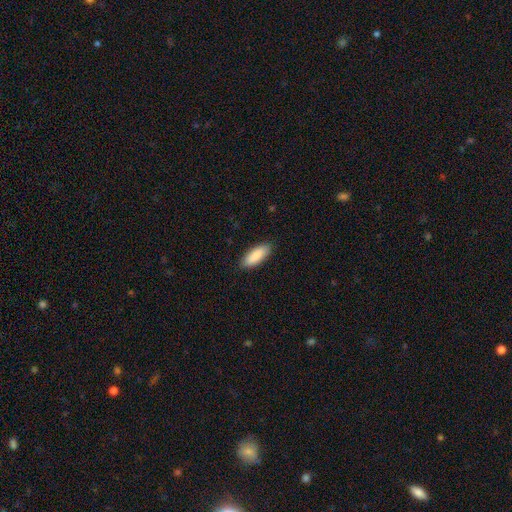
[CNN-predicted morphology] Smooth or featured? Predicted: smooth (p=0.88). How rounded? Predicted: in between (p=0.71). Merging? Predicted: none (p=0.88).